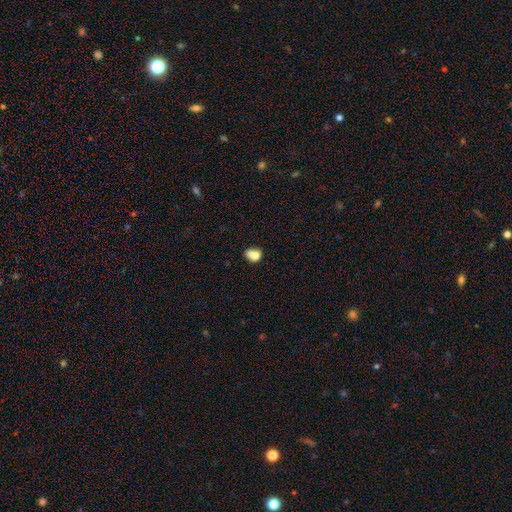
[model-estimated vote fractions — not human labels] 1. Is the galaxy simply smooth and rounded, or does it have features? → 77% smooth, 12% featured or disk, 11% star or artifact.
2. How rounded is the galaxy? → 65% in between, 33% round, 2% cigar-shaped.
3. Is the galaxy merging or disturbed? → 40% none, 30% merger, 21% minor disturbance, 9% major disturbance.